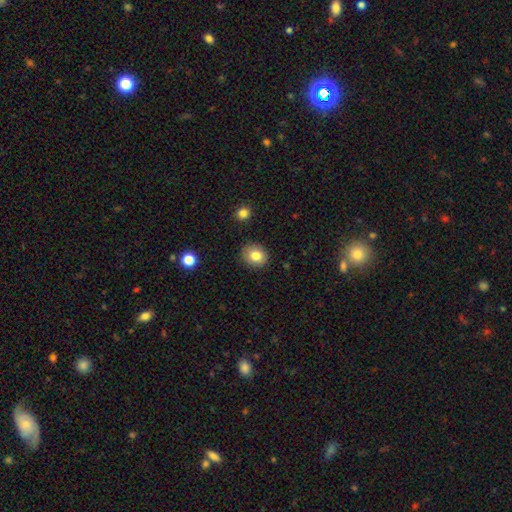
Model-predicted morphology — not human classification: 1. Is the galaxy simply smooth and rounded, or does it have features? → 81% smooth, 9% featured or disk, 9% star or artifact.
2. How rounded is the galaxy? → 70% round, 29% in between, 1% cigar-shaped.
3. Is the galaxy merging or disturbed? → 89% none, 8% minor disturbance, 2% major disturbance, 1% merger.